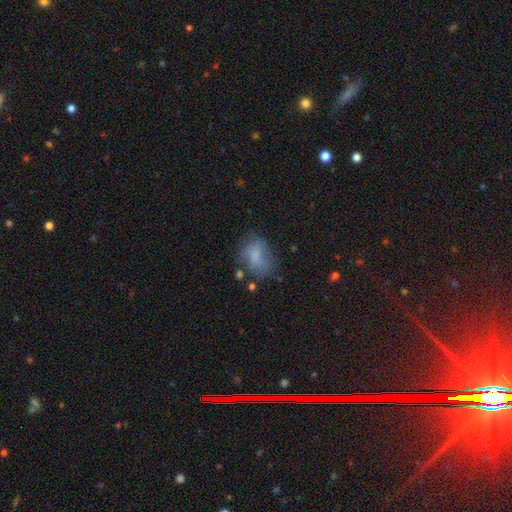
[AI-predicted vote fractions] smooth 65%, featured or disk 24%, star or artifact 11%. Down the decision tree: how rounded — in between (69%); merging — none (48%).